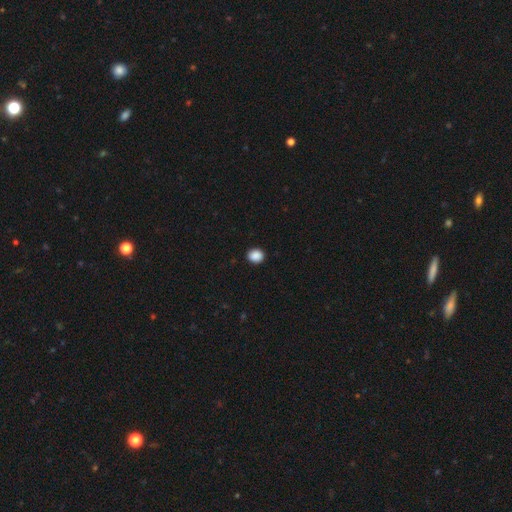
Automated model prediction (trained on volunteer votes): This appears to be a smooth galaxy with no disk features (89%) that is round (70%). Merging: none (92%).